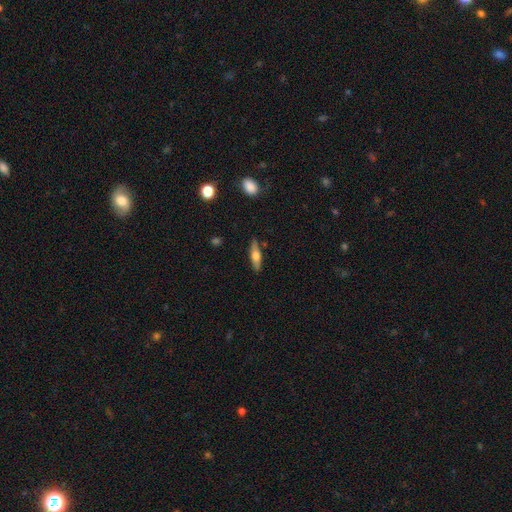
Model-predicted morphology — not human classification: smooth-or-featured: smooth: 47% (tied) | featured or disk: 47% (tied) | star or artifact: 6%
  merging: none: 85% | minor disturbance: 11% | major disturbance: 2% | merger: 2%